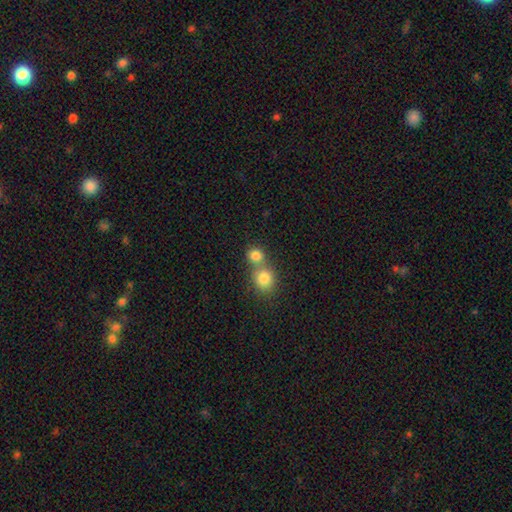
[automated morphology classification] type=smooth (82%); roundness=round (80%); merging=merger (50%).